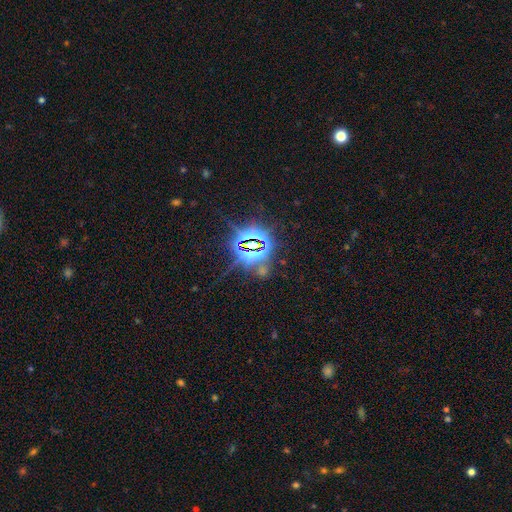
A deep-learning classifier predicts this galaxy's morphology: Smooth or featured?
  - star or artifact: 85% *
  - smooth: 8%
  - featured or disk: 7%